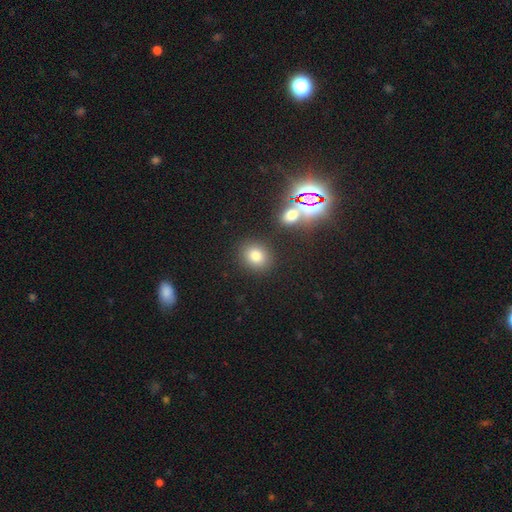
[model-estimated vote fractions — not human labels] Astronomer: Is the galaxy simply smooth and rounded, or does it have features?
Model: smooth — 78%.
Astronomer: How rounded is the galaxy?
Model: round — 67%.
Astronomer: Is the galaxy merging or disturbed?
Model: none — 84%.